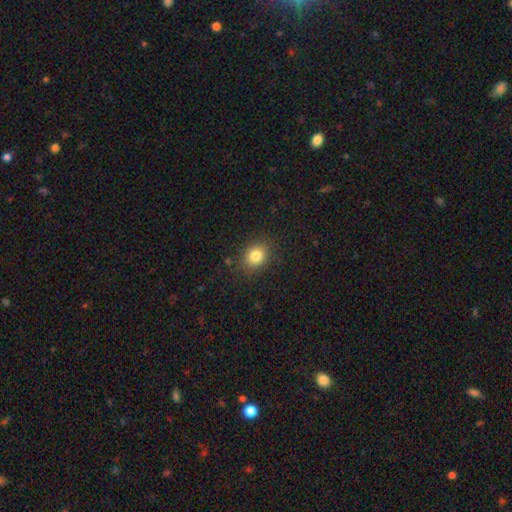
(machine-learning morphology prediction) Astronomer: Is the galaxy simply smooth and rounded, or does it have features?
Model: smooth — 82%.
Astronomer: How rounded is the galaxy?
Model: round — 51% (runner-up: in between, 48%).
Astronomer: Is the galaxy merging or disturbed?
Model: none — 84%.